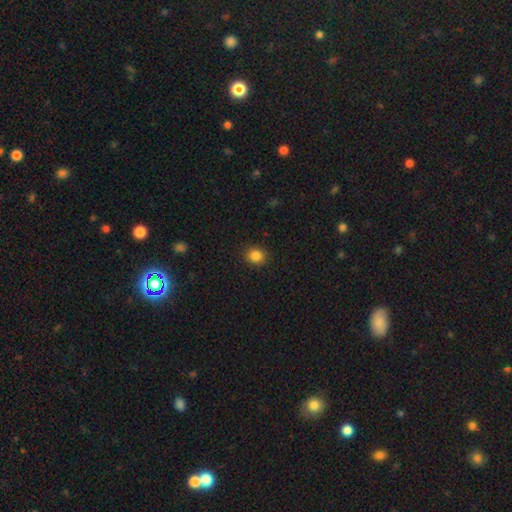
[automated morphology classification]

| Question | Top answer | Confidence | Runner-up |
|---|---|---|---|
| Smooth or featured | smooth | 85% | star or artifact (11%) |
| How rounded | round | 74% | in between (25%) |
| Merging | none | 90% | minor disturbance (7%) |